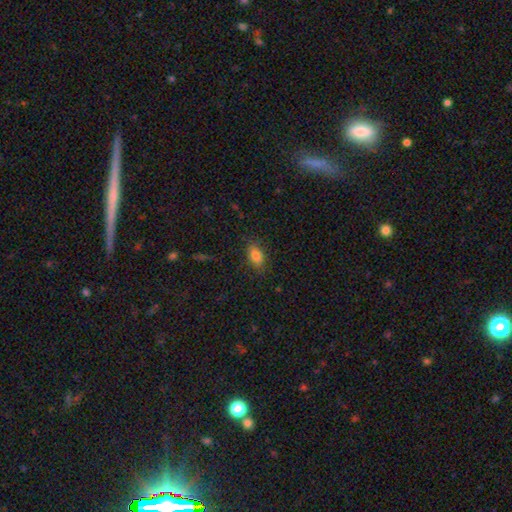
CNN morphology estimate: Smooth or featured? Predicted: smooth (p=0.82). How rounded? Predicted: in between (p=0.86). Merging? Predicted: none (p=0.83).